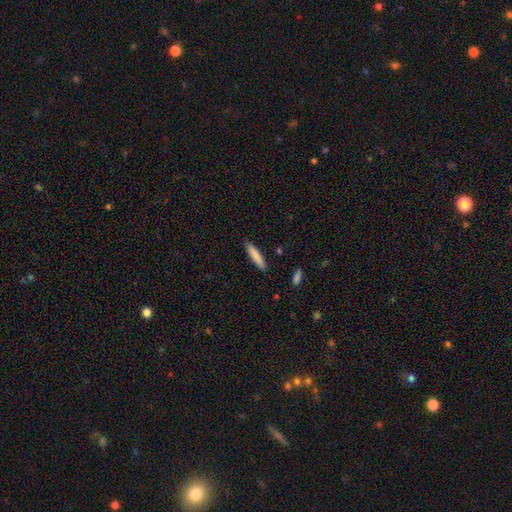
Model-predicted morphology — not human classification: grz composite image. It shows a smooth galaxy with no disk features (84%) that is cigar-shaped (82%). Merging: none (88%).